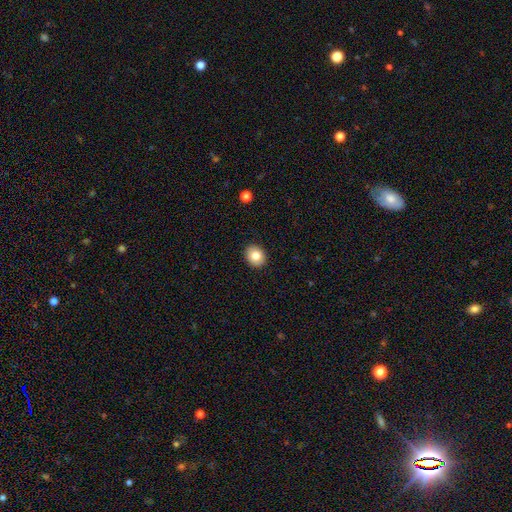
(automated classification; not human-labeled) Overall: smooth (81%). How rounded: round (57%; in between 43%). Merging: none (91%).